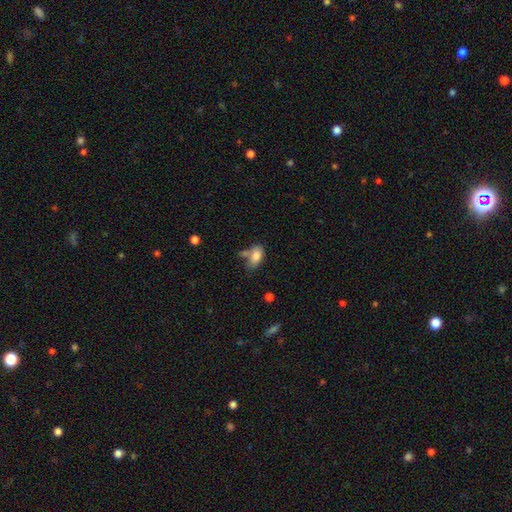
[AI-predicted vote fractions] The model was most divided on "merging": none: 46%, minor disturbance: 23%, merger: 22%, major disturbance: 9%. More confident: how rounded — in between (91%); smooth or featured — smooth (81%).